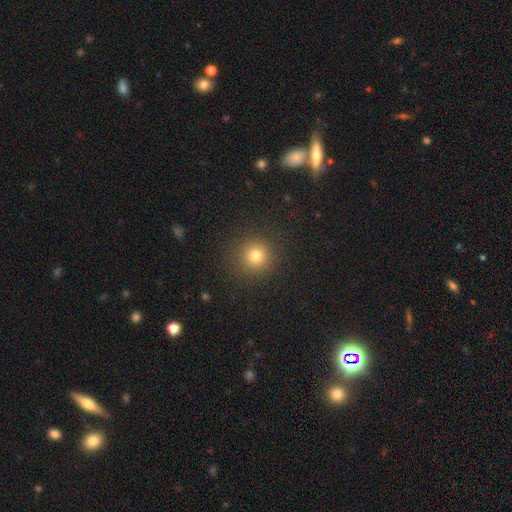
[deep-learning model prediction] This appears to be a smooth galaxy with no disk features (78%) that is round (94%). Merging: none (90%).